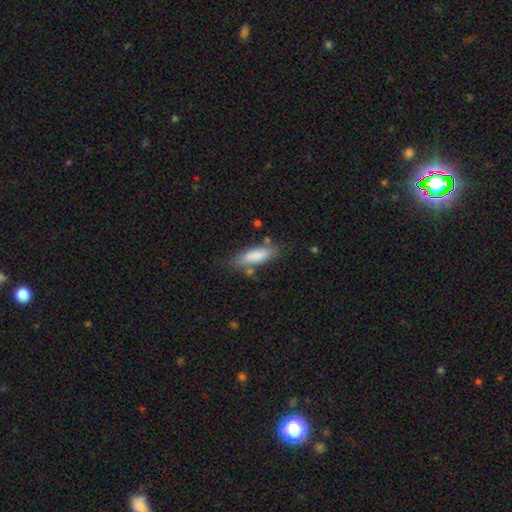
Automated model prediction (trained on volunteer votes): Smooth or featured? Predicted: smooth (p=0.81). How rounded? Predicted: in between (p=0.50). Merging? Predicted: none (p=0.68).